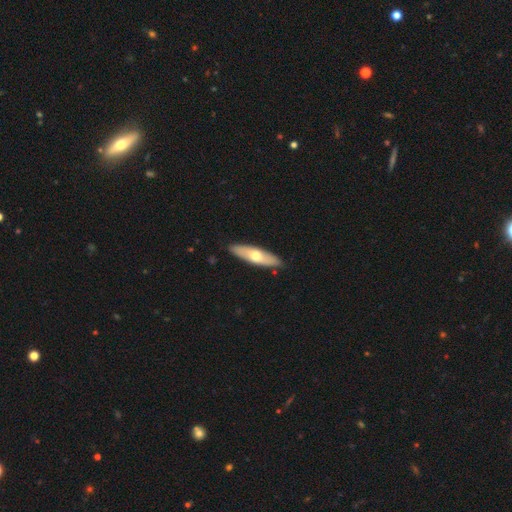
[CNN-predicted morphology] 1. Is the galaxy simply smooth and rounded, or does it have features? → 53% smooth, 42% featured or disk, 5% star or artifact.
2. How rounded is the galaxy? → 57% cigar-shaped, 41% in between, 2% round.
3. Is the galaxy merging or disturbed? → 88% none, 9% minor disturbance, 2% major disturbance, 1% merger.